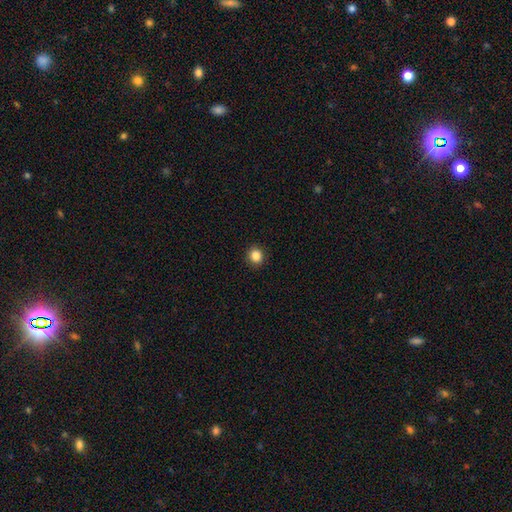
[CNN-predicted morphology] The model was most divided on "how rounded": round: 87%, in between: 12%, cigar-shaped: 1%. More confident: merging — none (92%); smooth or featured — smooth (85%).